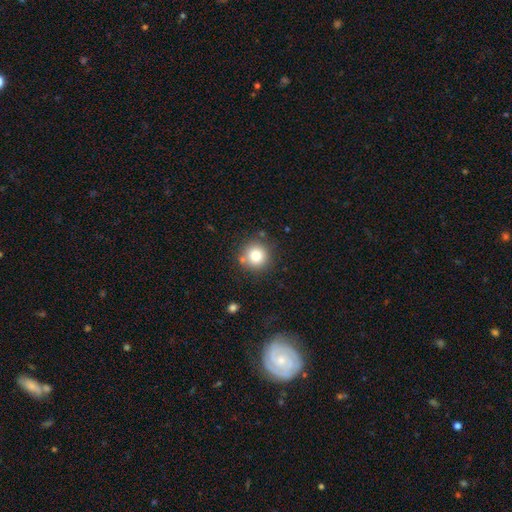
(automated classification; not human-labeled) Overall: smooth (80%). How rounded: round (94%). Merging: none (82%).